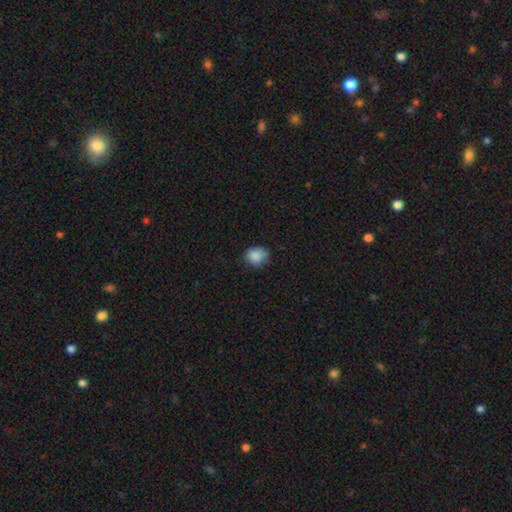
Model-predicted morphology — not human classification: A smooth galaxy with no disk features (86%) that is round (60%). Merging: none (70%).